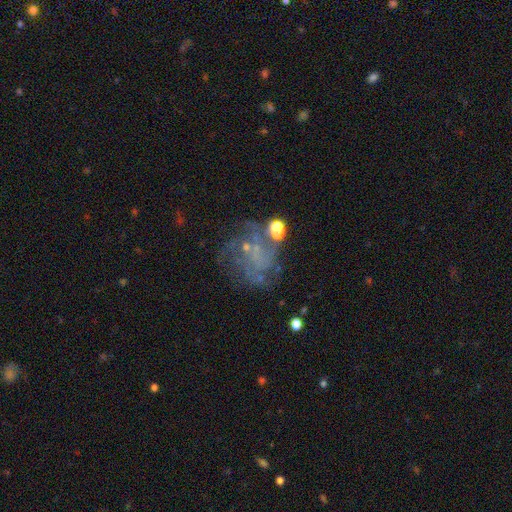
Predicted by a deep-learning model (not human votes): Smooth or featured? featured or disk (60%)
Edge-on disk? no (98%)
Bar? no (76%)
Spiral arms? yes (66%)
Bulge size? none (48%)
Merging? none (54%)